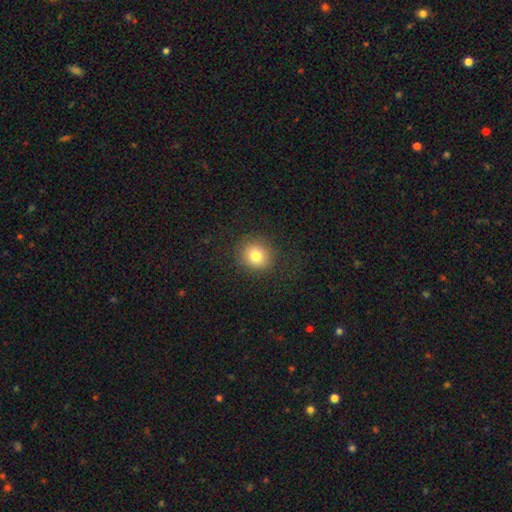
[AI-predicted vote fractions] A smooth galaxy with no disk features (79%) that is round (85%). Merging: none (87%).